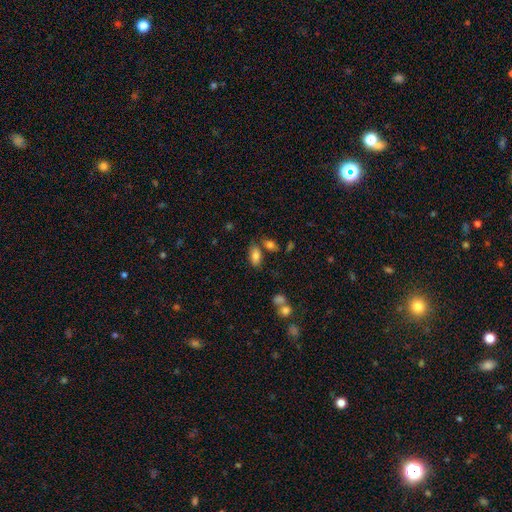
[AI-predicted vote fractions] A smooth galaxy with no disk features (82%) that is in between round and cigar-shaped (91%). Merging: none (65%).